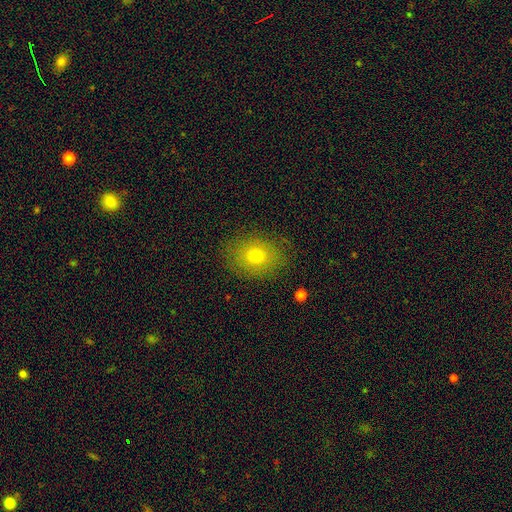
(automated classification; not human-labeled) This is likely a smooth galaxy (75%). How rounded: possibly in between (59%). Merging: clearly none (82%).